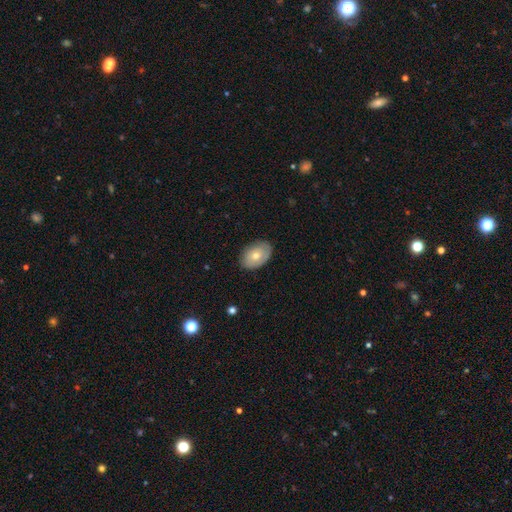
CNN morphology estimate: Overall: smooth (61%; featured or disk 32%). How rounded: in between (85%). Merging: none (84%).